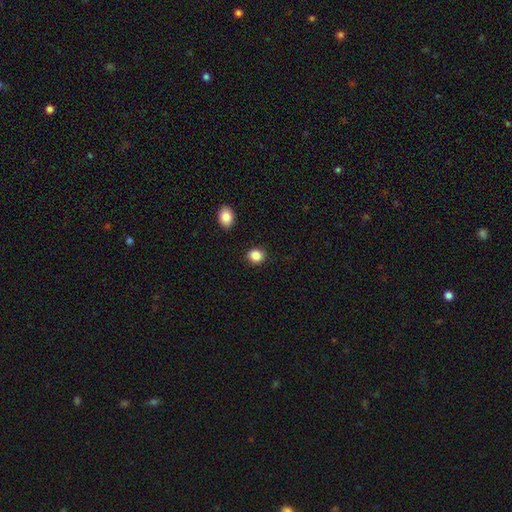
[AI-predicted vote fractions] A smooth galaxy with no disk features (87%) that is round (76%). Merging: none (90%).